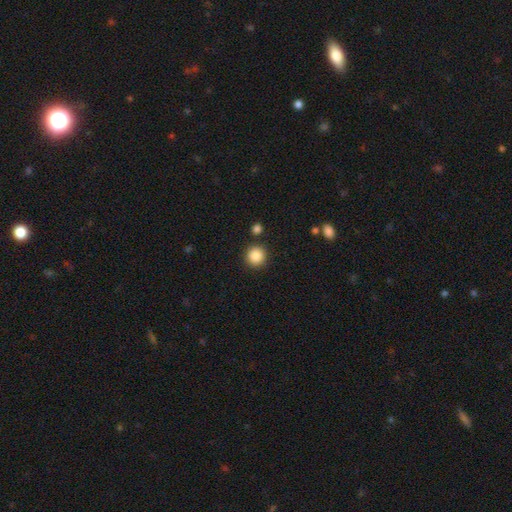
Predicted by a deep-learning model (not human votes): A smooth galaxy with no disk features (87%) that is round (93%). Merging: none (87%).